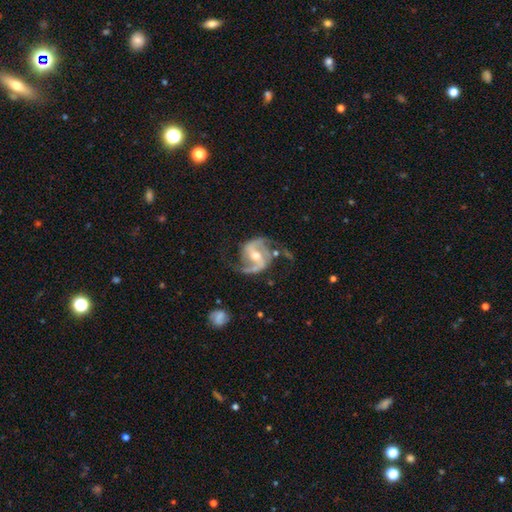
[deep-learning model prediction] The model was most divided on "bar": weak: 43%, strong: 37%, no: 20%. More confident: edge-on disk — no (98%); spiral arms — yes (98%); smooth or featured — featured or disk (92%); spiral arm count — 2 (91%); merging — none (66%); bulge size — moderate (63%); spiral winding — medium (53%).